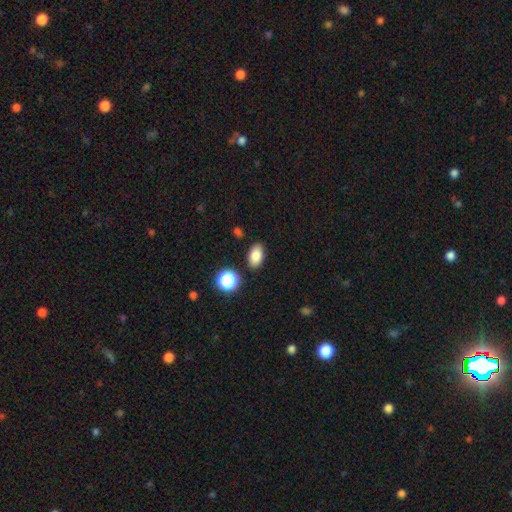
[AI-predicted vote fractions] smooth-or-featured: smooth: 82% | star or artifact: 10% | featured or disk: 7%
  how-rounded: in between: 89% | round: 9% | cigar-shaped: 2%
  merging: none: 86% | minor disturbance: 9% | merger: 3% | major disturbance: 2%